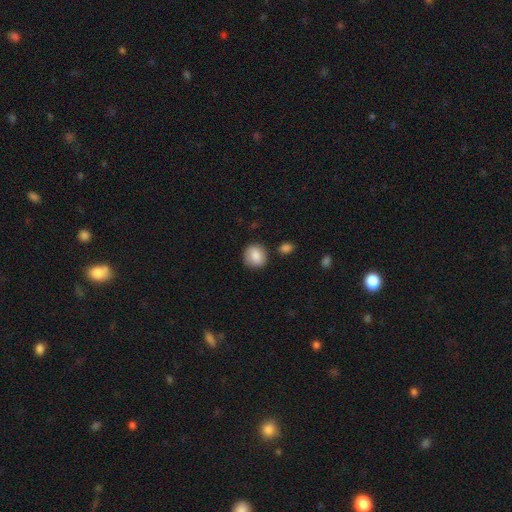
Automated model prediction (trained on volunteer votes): Smooth or featured? Predicted: smooth (p=0.83). How rounded? Predicted: round (p=0.83). Merging? Predicted: none (p=0.82).